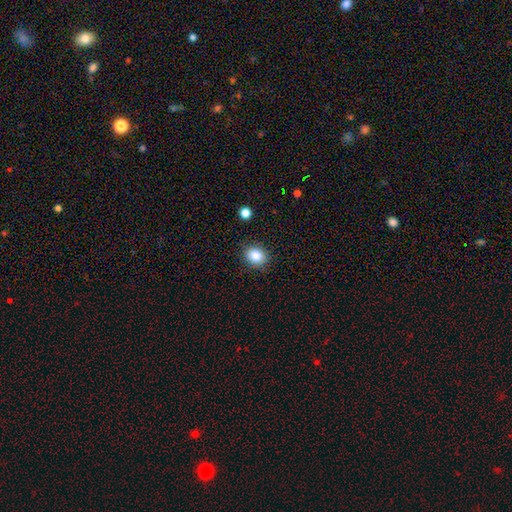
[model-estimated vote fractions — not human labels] A smooth galaxy with no disk features (84%) that is round (64%).

Vote fractions:
- Smooth or featured? smooth: 84% / star or artifact: 10% / featured or disk: 6%
- How rounded? round: 64% / in between: 35% / cigar-shaped: 1%
- Merging? none: 87% / minor disturbance: 9% / major disturbance: 2% / merger: 2%